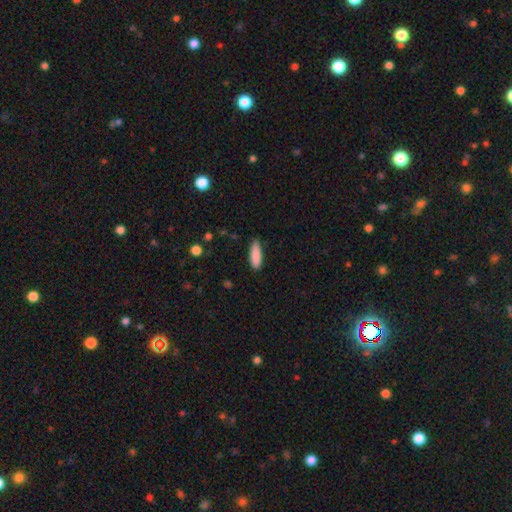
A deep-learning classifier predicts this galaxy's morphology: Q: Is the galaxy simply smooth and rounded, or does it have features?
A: smooth — 88%.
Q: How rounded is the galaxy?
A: cigar-shaped — 52%.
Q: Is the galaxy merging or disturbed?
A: none — 83%.